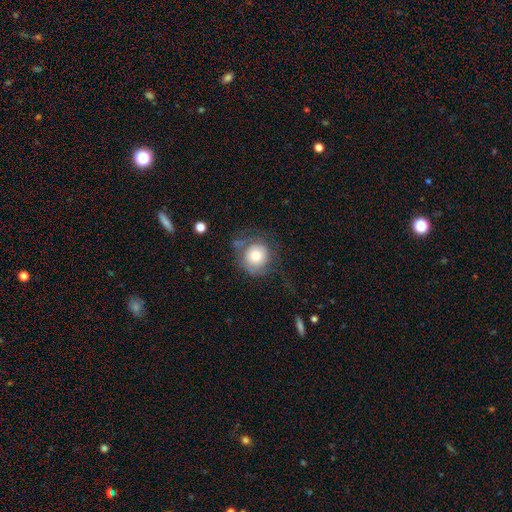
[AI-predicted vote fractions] Q: Smooth or featured?
A: smooth (62%); runner-up: featured or disk (29%)
Q: How rounded?
A: round (88%); runner-up: in between (11%)
Q: Merging?
A: none (50%); runner-up: major disturbance (25%)